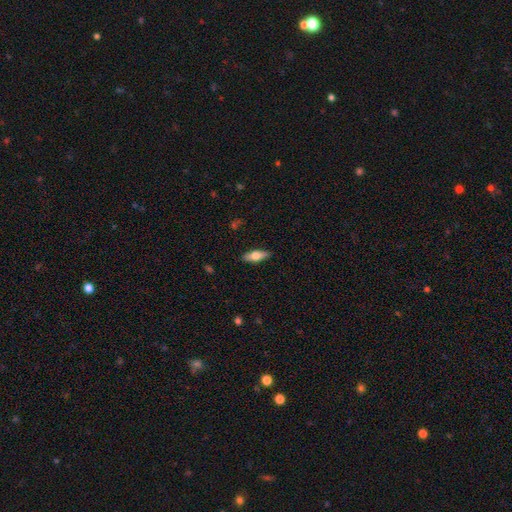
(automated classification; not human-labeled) smooth 58%, featured or disk 36%, star or artifact 6%. Down the decision tree: how rounded — in between (60%); merging — none (88%).